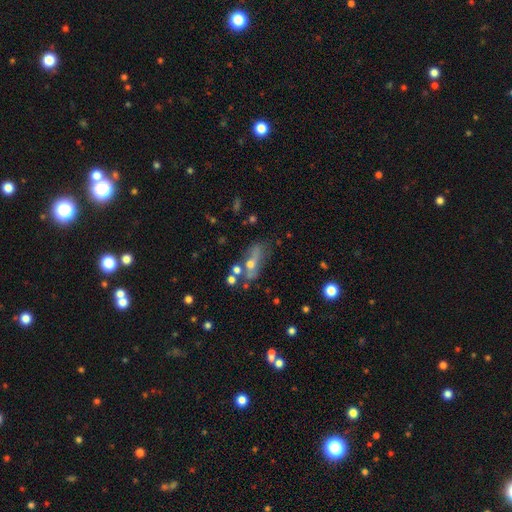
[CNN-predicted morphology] type=featured or disk (49%); merging=none (55%).